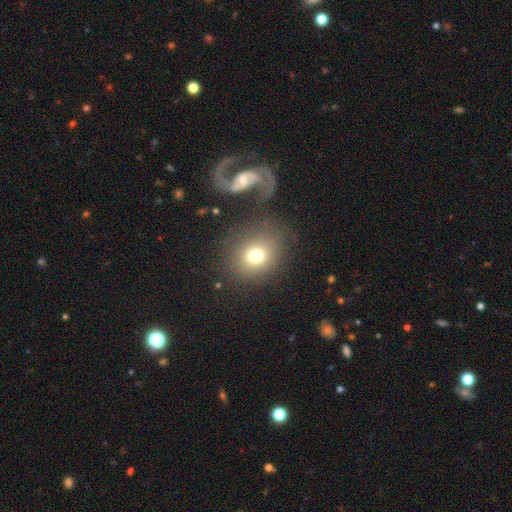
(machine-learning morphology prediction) Smooth or featured?
  - smooth: 74% *
  - star or artifact: 13%
  - featured or disk: 13%
How rounded?
  - round: 72% *
  - in between: 27%
  - cigar-shaped: 1%
Merging?
  - none: 74% *
  - minor disturbance: 12%
  - major disturbance: 8%
  - merger: 6%